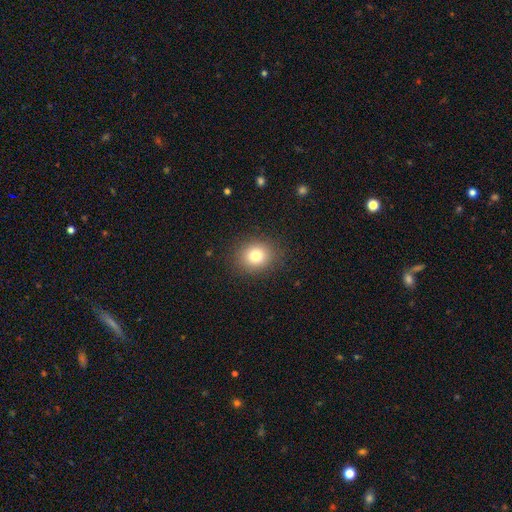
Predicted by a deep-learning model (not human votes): This appears to be a smooth galaxy with no disk features (79%) that is round (73%). Merging: none (88%).